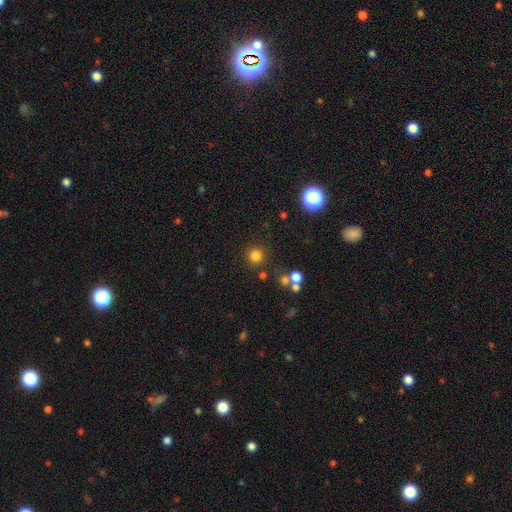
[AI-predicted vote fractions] Smooth or featured? Predicted: smooth (p=0.79). How rounded? Predicted: round (p=0.94). Merging? Predicted: none (p=0.85).